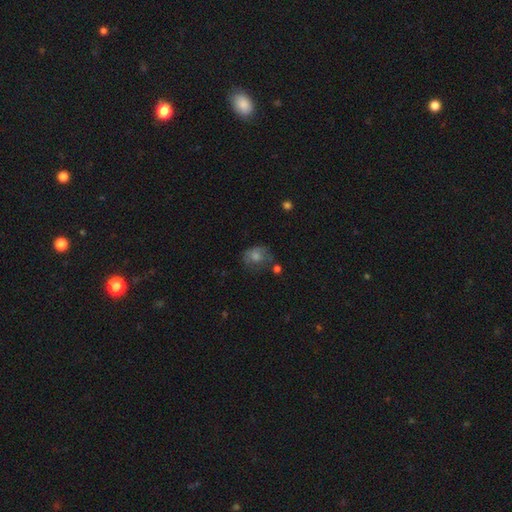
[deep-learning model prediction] Q: Smooth or featured?
A: smooth (57%); runner-up: featured or disk (25%)
Q: How rounded?
A: round (55%); runner-up: in between (44%)
Q: Merging?
A: none (52%); runner-up: minor disturbance (25%)